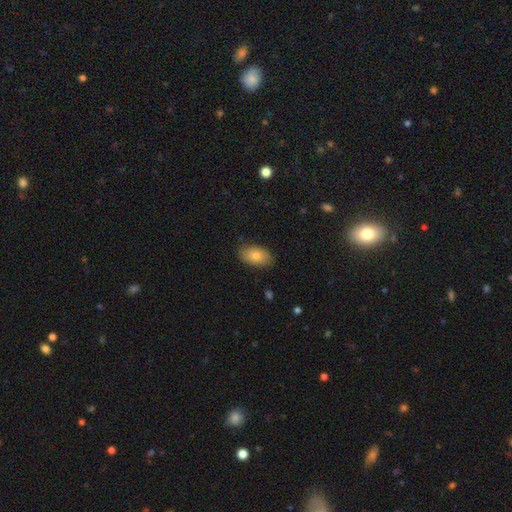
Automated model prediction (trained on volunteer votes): The model was most divided on "smooth or featured": smooth: 81%, featured or disk: 12%, star or artifact: 7%. More confident: how rounded — in between (92%); merging — none (84%).